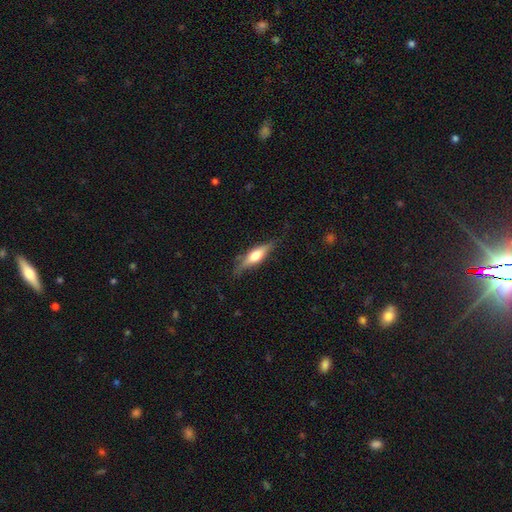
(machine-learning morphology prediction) Smooth or featured? featured or disk (48%)
Merging? none (74%)